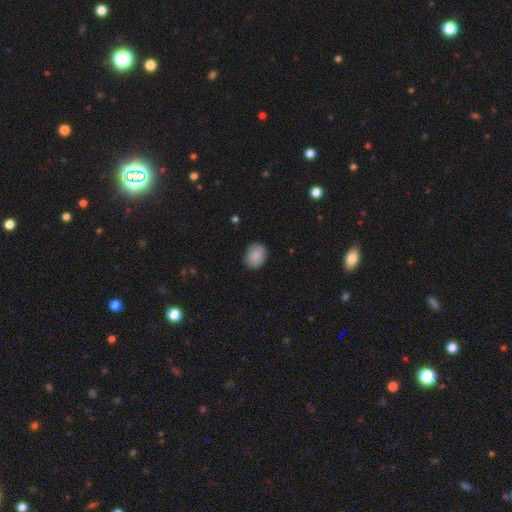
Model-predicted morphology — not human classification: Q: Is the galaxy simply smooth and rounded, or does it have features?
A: smooth — 86%.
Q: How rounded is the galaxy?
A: in between — 55%.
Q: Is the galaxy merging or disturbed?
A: none — 85%.